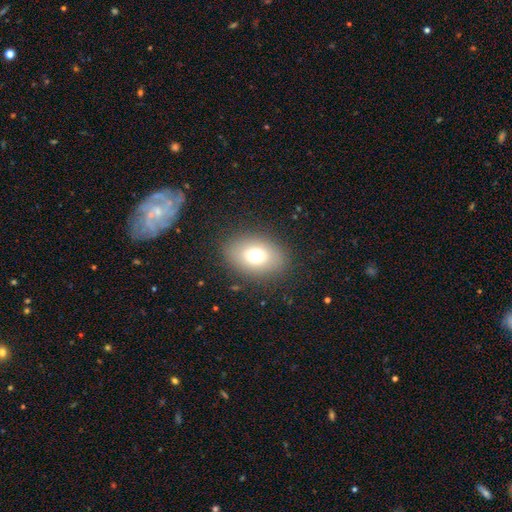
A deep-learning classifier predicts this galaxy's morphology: type=smooth (71%); roundness=in between (73%); merging=none (84%).